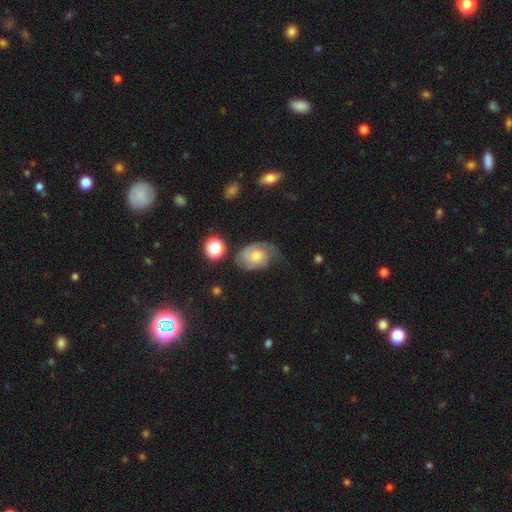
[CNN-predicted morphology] smooth_or_featured: featured or disk (p=0.50) [alt: smooth p=0.40]
merging: none (p=0.50) [alt: minor disturbance p=0.32]